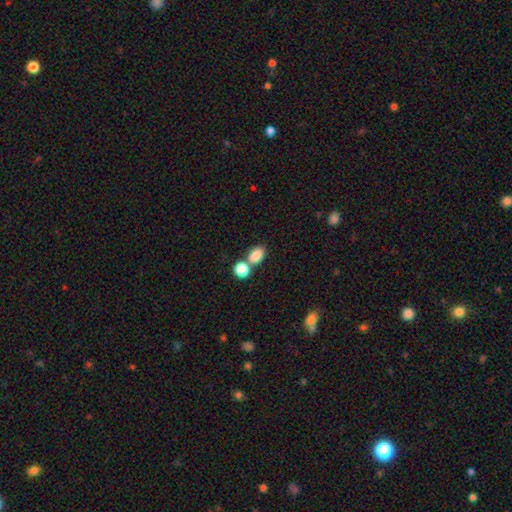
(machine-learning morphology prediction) The model was most divided on "merging": none: 53%, merger: 33%, minor disturbance: 10%, major disturbance: 4%. More confident: smooth or featured — smooth (84%); how rounded — in between (76%).